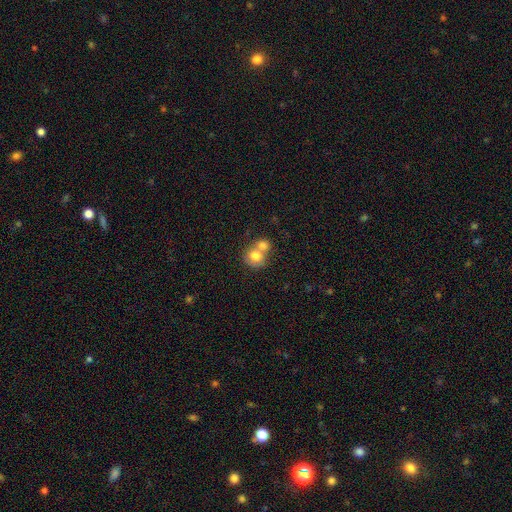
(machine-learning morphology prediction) Smooth or featured?
  - smooth: 74% *
  - featured or disk: 18%
  - star or artifact: 8%
How rounded?
  - round: 74% *
  - in between: 25%
  - cigar-shaped: 1%
Merging?
  - merger: 63% *
  - none: 26%
  - minor disturbance: 7%
  - major disturbance: 4%